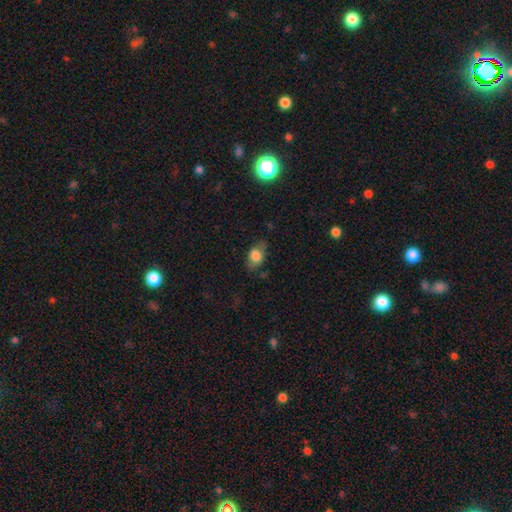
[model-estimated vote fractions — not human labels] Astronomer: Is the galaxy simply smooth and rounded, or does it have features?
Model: smooth — 76%.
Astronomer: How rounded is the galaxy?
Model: in between — 78%.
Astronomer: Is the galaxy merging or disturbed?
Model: none — 66%.